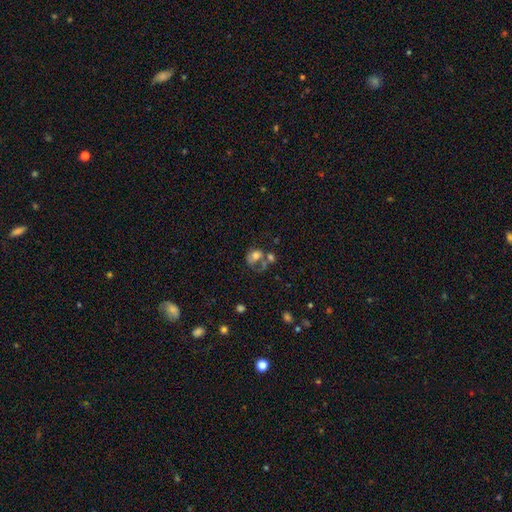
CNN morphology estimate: Smooth or featured: smooth — 57% (featured or disk — 32%)
How rounded: in between — 50% (round — 49%)
Merging: merger — 40% (none — 23%)